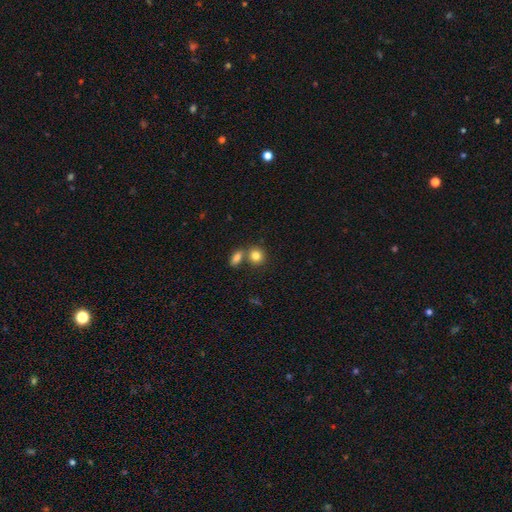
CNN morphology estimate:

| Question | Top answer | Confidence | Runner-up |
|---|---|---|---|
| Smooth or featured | smooth | 82% | star or artifact (10%) |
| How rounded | round | 74% | in between (25%) |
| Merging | none | 57% | merger (31%) |